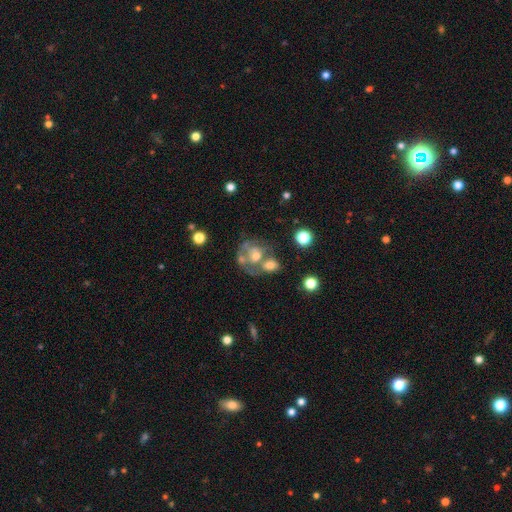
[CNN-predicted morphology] This is possibly a featured or disk galaxy (59%). It is clearly not viewed edge-on (97%). Bar: clearly no (82%). Spiral arm pattern: possibly no (57%). Central bulge: possibly moderate (54%). Merging: marginally merger (44%).